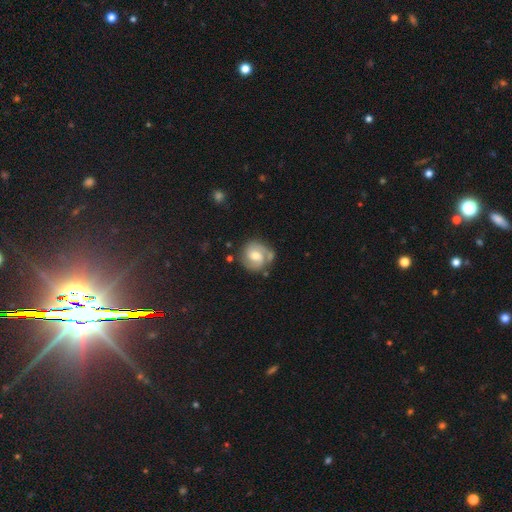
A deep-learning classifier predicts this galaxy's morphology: Smooth or featured? featured or disk (74%)
Edge-on disk? no (98%)
Bar? no (46%)
Spiral arms? yes (93%)
Spiral winding? tight (49%)
Spiral arm count? 2 (76%)
Bulge size? moderate (66%)
Merging? none (68%)